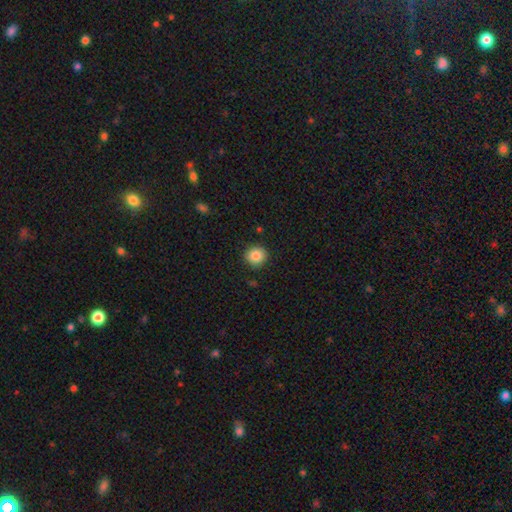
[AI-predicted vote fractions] smooth 86%, star or artifact 9%, featured or disk 4%. Down the decision tree: how rounded — round (91%); merging — none (90%).